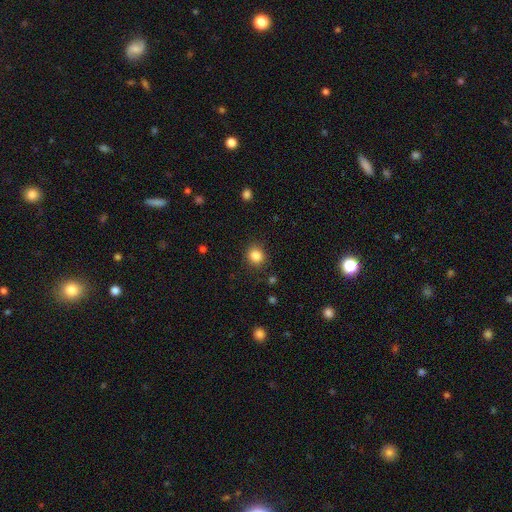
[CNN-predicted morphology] Smooth or featured: smooth — 85% (star or artifact — 11%)
How rounded: round — 80% (in between — 19%)
Merging: none — 87% (minor disturbance — 8%)